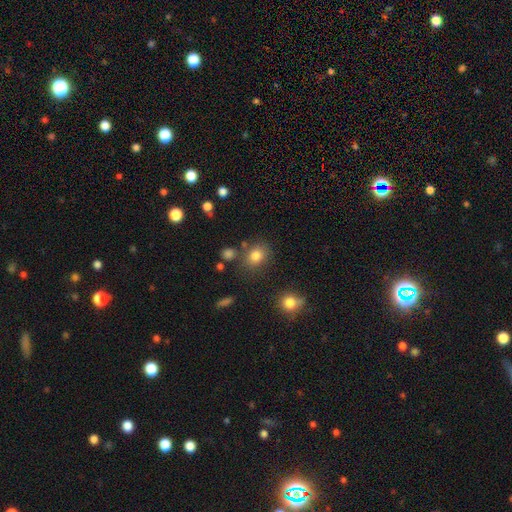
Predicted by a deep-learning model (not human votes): Overall: smooth (80%). How rounded: round (52%; in between 47%). Merging: none (75%).